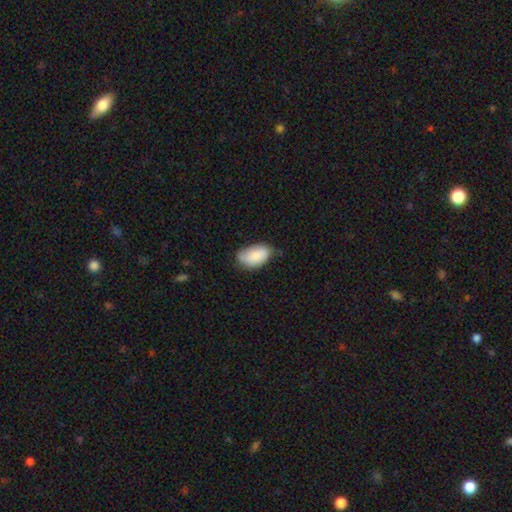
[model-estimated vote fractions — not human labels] smooth-or-featured: smooth: 83% | featured or disk: 10% | star or artifact: 6%
  how-rounded: in between: 93% | round: 5% | cigar-shaped: 1%
  merging: none: 52% | minor disturbance: 38% | major disturbance: 7% | merger: 2%